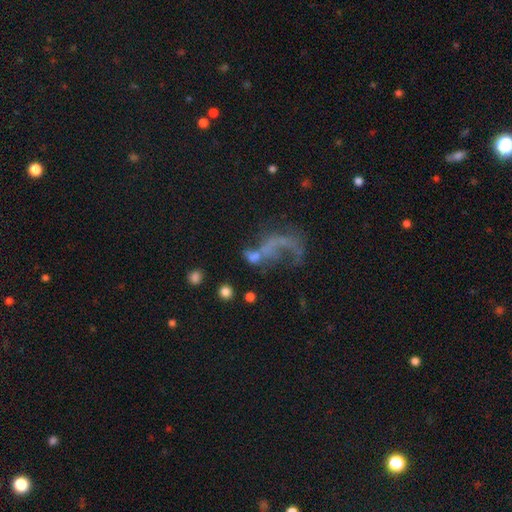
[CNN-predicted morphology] Smooth or featured?
  - featured or disk: 50% *
  - smooth: 30%
  - star or artifact: 21%
Merging?
  - major disturbance: 45% *
  - none: 23%
  - merger: 22%
  - minor disturbance: 10%